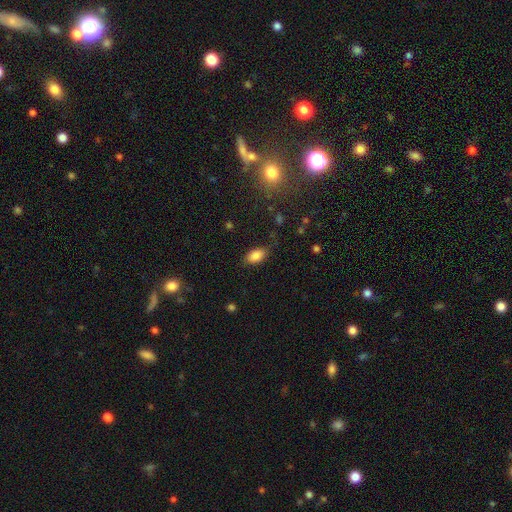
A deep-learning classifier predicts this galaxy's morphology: Smooth or featured: smooth — 84% (star or artifact — 9%)
How rounded: in between — 91% (round — 6%)
Merging: none — 75% (minor disturbance — 19%)